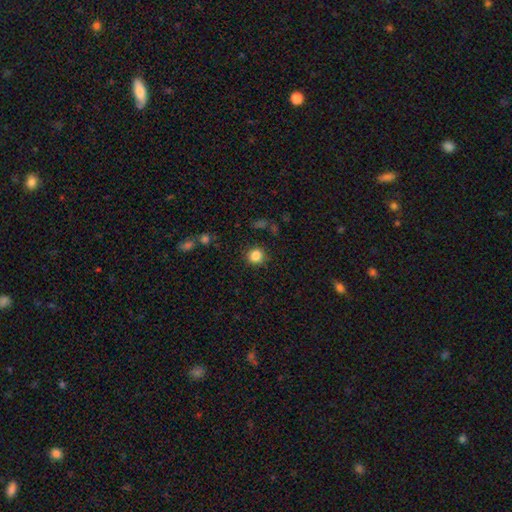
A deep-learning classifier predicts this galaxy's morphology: Smooth or featured?
  - smooth: 84% *
  - star or artifact: 11%
  - featured or disk: 5%
How rounded?
  - round: 89% *
  - in between: 10%
  - cigar-shaped: 1%
Merging?
  - none: 89% *
  - minor disturbance: 7%
  - major disturbance: 3%
  - merger: 2%